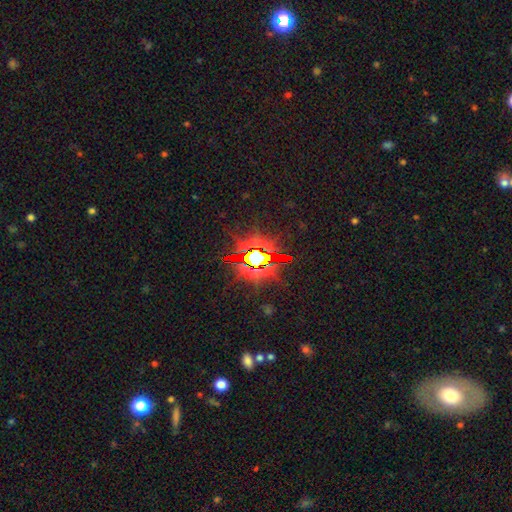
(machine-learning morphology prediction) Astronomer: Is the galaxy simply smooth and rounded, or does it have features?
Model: star or artifact — 81%.